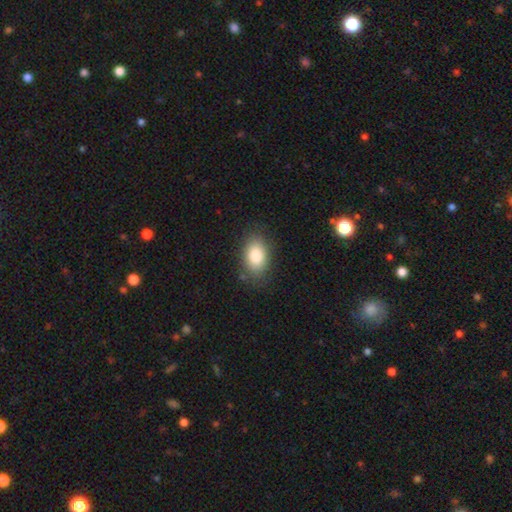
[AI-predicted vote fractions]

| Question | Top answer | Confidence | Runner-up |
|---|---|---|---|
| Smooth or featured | smooth | 83% | featured or disk (9%) |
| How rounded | in between | 88% | round (10%) |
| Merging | none | 82% | minor disturbance (13%) |